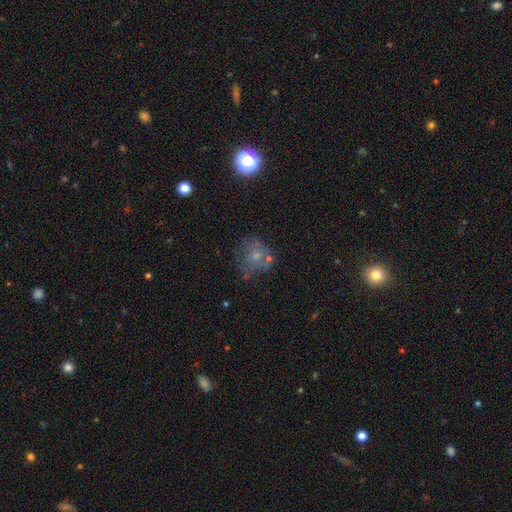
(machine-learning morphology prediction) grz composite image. It shows a smooth galaxy with no disk features (47%). Merging: none (51%).